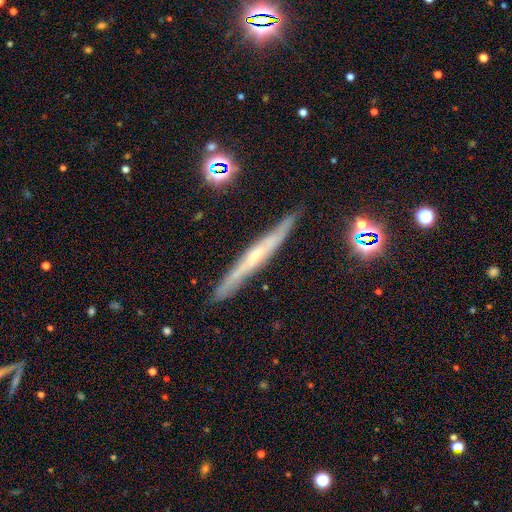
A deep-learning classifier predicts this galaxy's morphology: Smooth or featured? Predicted: featured or disk (p=0.67). Edge-on disk? Predicted: yes (p=0.92). Edge-on bulge? Predicted: none (p=0.46, tied with rounded). Merging? Predicted: none (p=0.86).